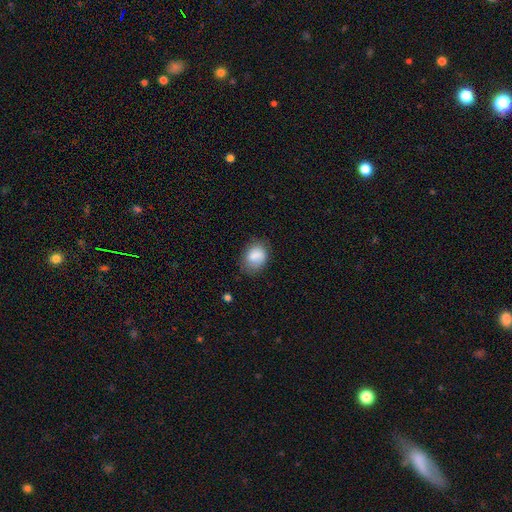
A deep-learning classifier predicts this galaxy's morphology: Q: Smooth or featured?
A: smooth (83%); runner-up: featured or disk (9%)
Q: How rounded?
A: in between (61%); runner-up: round (38%)
Q: Merging?
A: none (66%); runner-up: minor disturbance (25%)